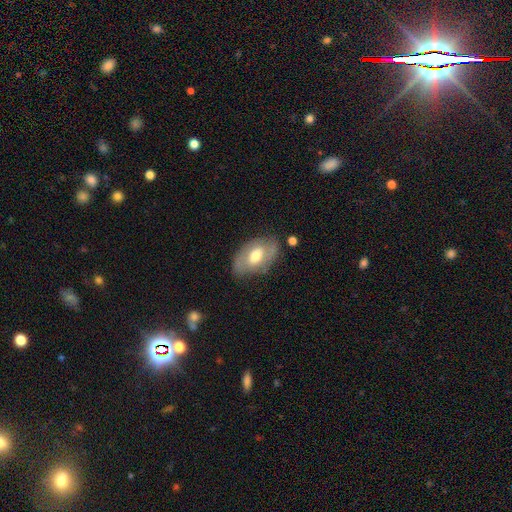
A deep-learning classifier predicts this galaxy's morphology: Smooth or featured?
  - featured or disk: 52% *
  - smooth: 42%
  - star or artifact: 6%
Edge-on disk?
  - no: 91% *
  - yes: 9%
Merging?
  - none: 71% *
  - minor disturbance: 20%
  - major disturbance: 6%
  - merger: 3%